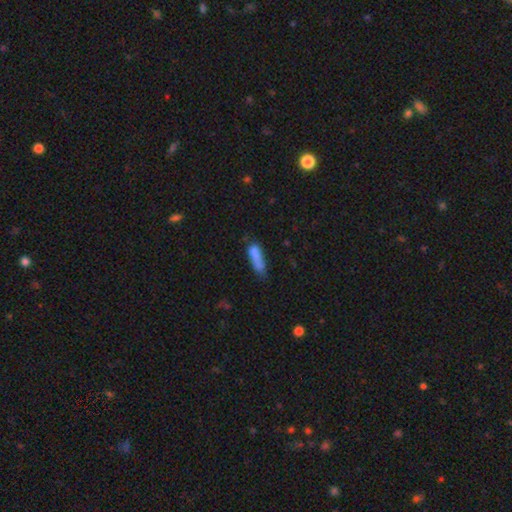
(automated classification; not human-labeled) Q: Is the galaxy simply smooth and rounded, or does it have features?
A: smooth — 77%.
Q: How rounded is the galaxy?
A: cigar-shaped — 59%.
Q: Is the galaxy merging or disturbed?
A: none — 39%.